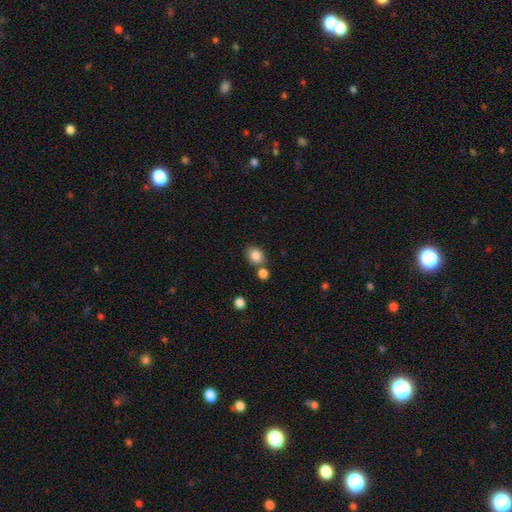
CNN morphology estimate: This is clearly a smooth galaxy (85%). How rounded: possibly in between (52%). Merging: likely none (67%).